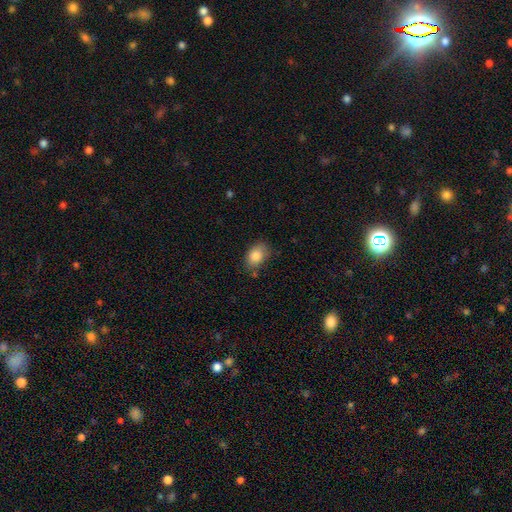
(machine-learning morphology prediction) The model was most divided on "merging": none: 70%, minor disturbance: 22%, major disturbance: 5%, merger: 3%. More confident: smooth or featured — smooth (85%); how rounded — in between (81%).